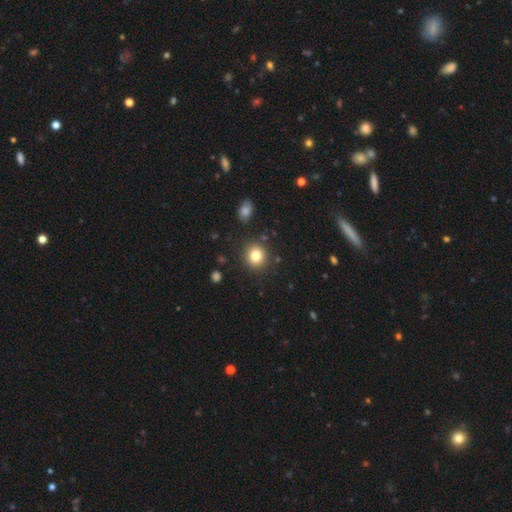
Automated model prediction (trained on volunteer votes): Morphology: type=smooth (81%); roundness=round (84%); merging=none (87%).